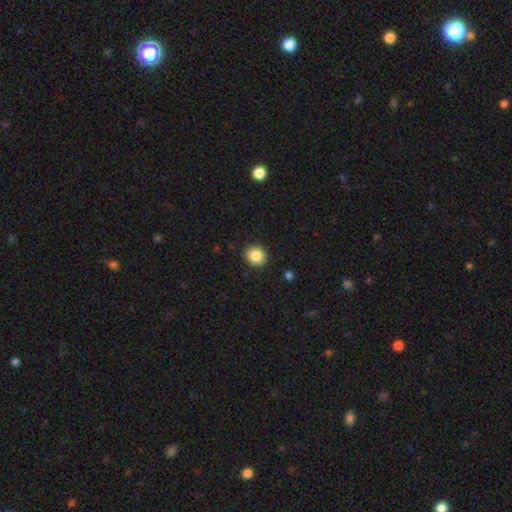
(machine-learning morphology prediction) Smooth or featured? Predicted: smooth (p=0.86). How rounded? Predicted: round (p=0.81). Merging? Predicted: none (p=0.91).